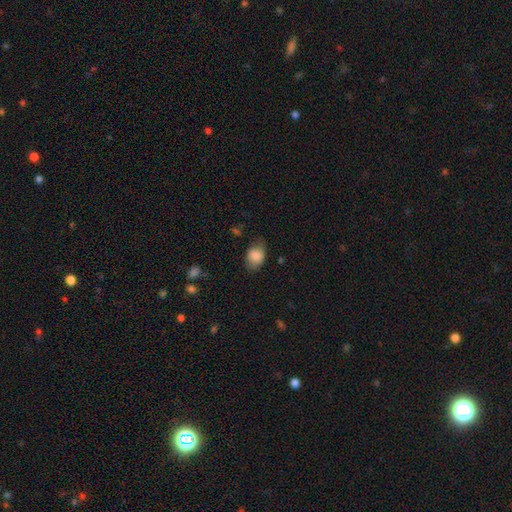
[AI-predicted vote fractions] Q: Smooth or featured?
A: smooth (84%); runner-up: featured or disk (8%)
Q: How rounded?
A: in between (70%); runner-up: round (29%)
Q: Merging?
A: none (66%); runner-up: minor disturbance (25%)